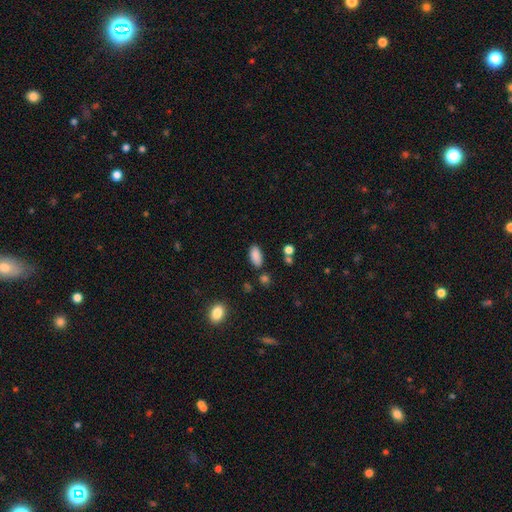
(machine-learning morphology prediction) Q: Smooth or featured?
A: smooth (87%); runner-up: star or artifact (9%)
Q: How rounded?
A: in between (90%); runner-up: cigar-shaped (7%)
Q: Merging?
A: none (81%); runner-up: minor disturbance (12%)